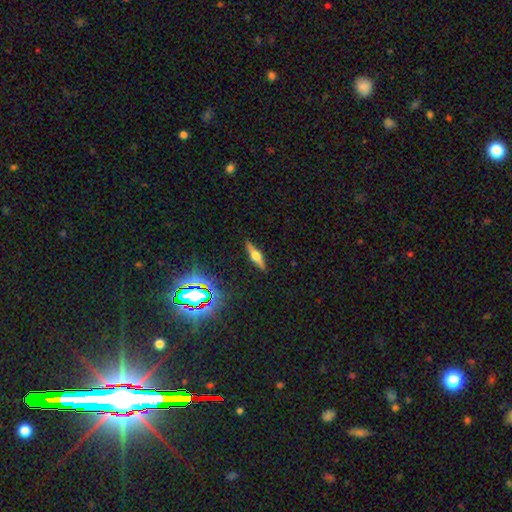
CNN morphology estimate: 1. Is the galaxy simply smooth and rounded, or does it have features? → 62% featured or disk, 27% smooth, 10% star or artifact.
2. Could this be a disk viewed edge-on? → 95% yes, 5% no.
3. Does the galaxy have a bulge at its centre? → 93% rounded, 5% boxy, 2% none.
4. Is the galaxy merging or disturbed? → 89% none, 8% minor disturbance, 2% major disturbance, 1% merger.